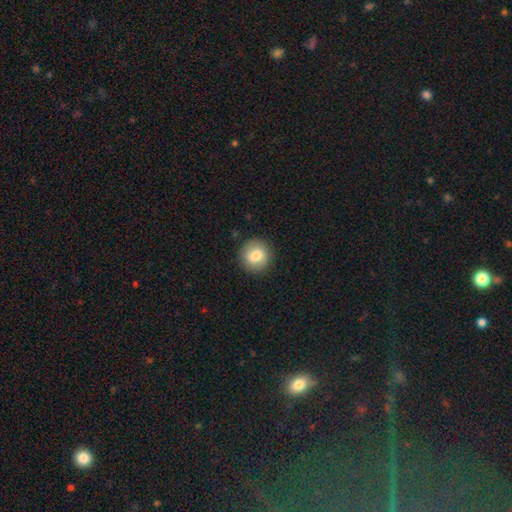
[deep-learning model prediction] smooth 77%, featured or disk 15%, star or artifact 8%. Down the decision tree: how rounded — round (90%); merging — none (89%).